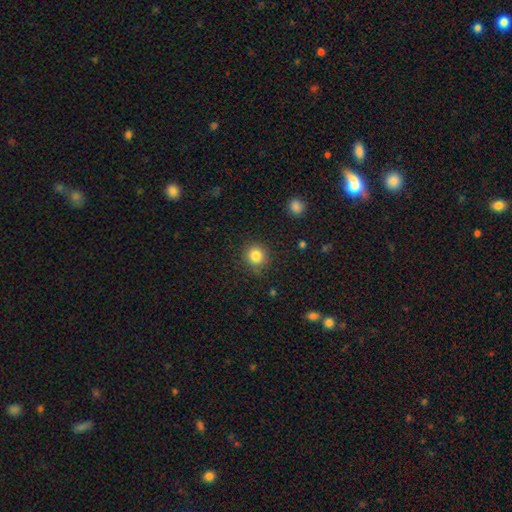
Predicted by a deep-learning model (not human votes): Q: Smooth or featured?
A: smooth (84%); runner-up: star or artifact (11%)
Q: How rounded?
A: round (90%); runner-up: in between (10%)
Q: Merging?
A: none (86%); runner-up: minor disturbance (10%)